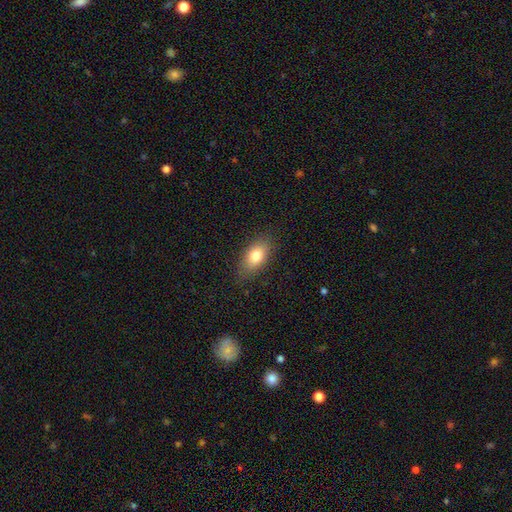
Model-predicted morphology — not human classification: The model was most divided on "smooth or featured": smooth: 78%, featured or disk: 14%, star or artifact: 8%. More confident: how rounded — in between (87%); merging — none (82%).